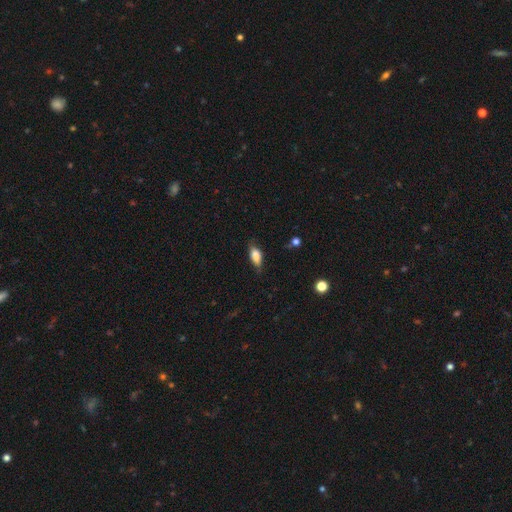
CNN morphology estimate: Overall: smooth (79%). How rounded: in between (81%). Merging: none (68%).